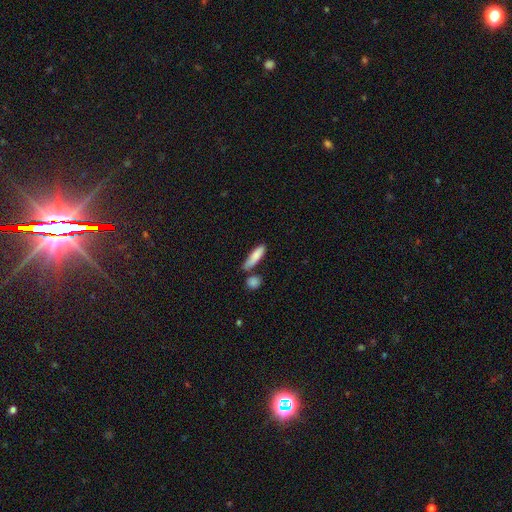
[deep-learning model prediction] Morphology: type=smooth (82%); roundness=cigar-shaped (64%); merging=none (63%).